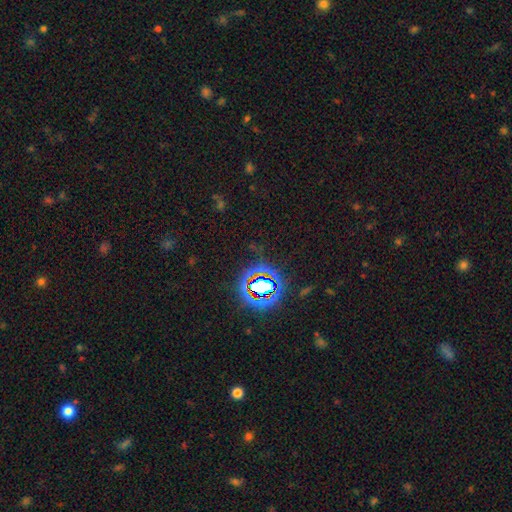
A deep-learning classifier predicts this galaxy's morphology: smooth-or-featured: star or artifact: 78% | smooth: 13% | featured or disk: 9%